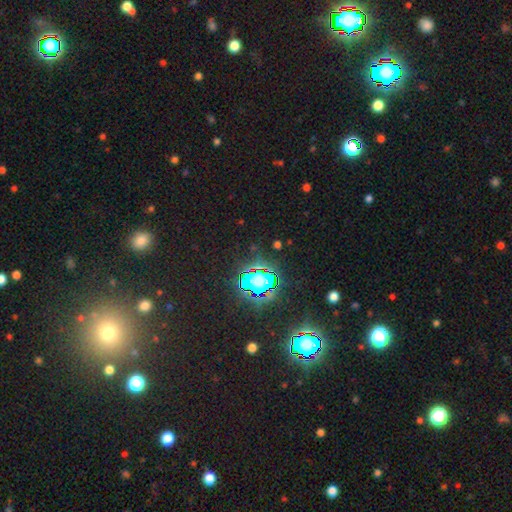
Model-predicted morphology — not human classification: star or artifact 78%, smooth 13%, featured or disk 8%.